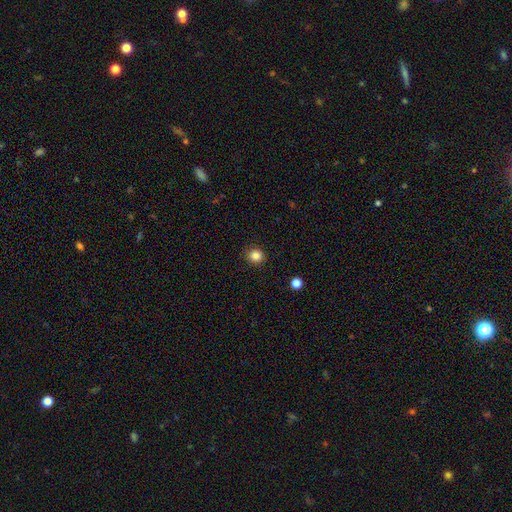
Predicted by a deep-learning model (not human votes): Smooth or featured? smooth (85%)
How rounded? round (89%)
Merging? none (91%)